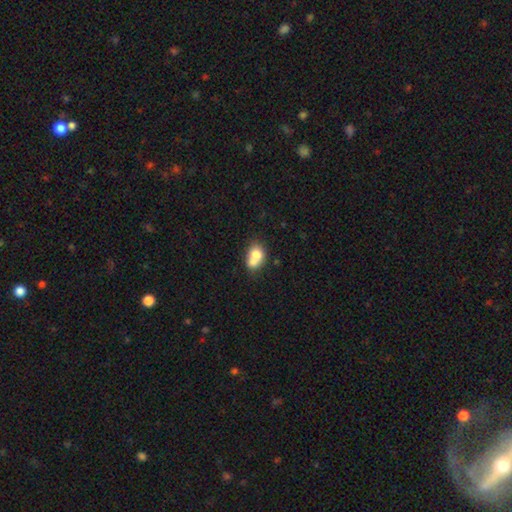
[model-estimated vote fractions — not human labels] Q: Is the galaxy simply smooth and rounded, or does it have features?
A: smooth — 72%.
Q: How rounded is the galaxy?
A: in between — 54%.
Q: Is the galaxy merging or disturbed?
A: merger — 49%.